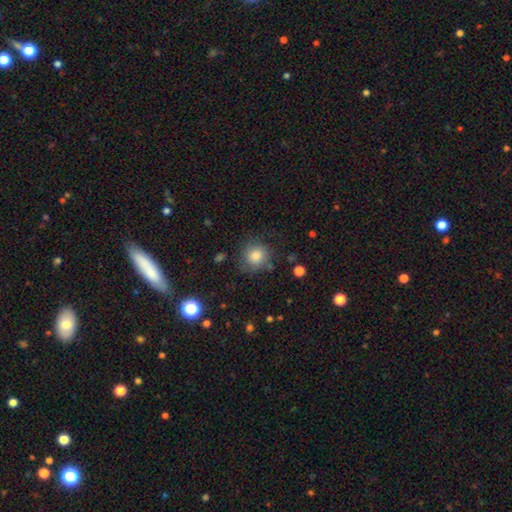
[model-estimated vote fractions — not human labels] Morphology: type=smooth (79%); roundness=round (87%); merging=none (73%).